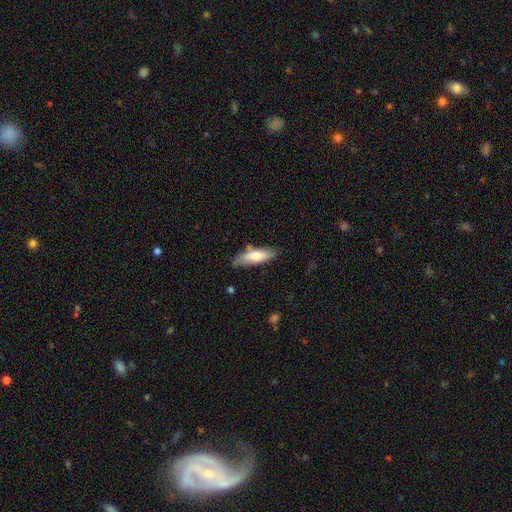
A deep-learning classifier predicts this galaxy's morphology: Smooth or featured: smooth — 70% (featured or disk — 24%)
How rounded: cigar-shaped — 56% (in between — 42%)
Merging: none — 73% (minor disturbance — 20%)